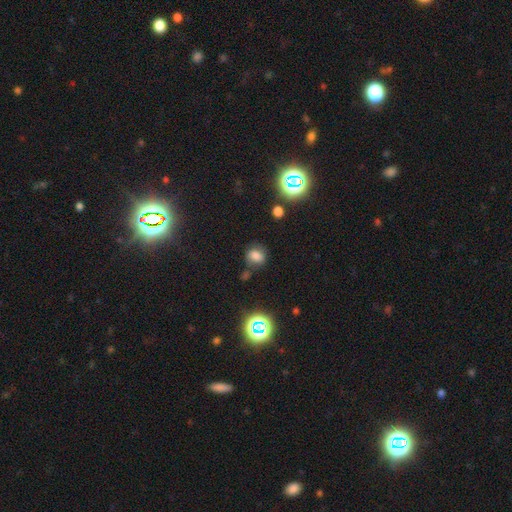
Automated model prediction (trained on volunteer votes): Smooth or featured? Predicted: smooth (p=0.68). How rounded? Predicted: round (p=0.53). Merging? Predicted: none (p=0.66).